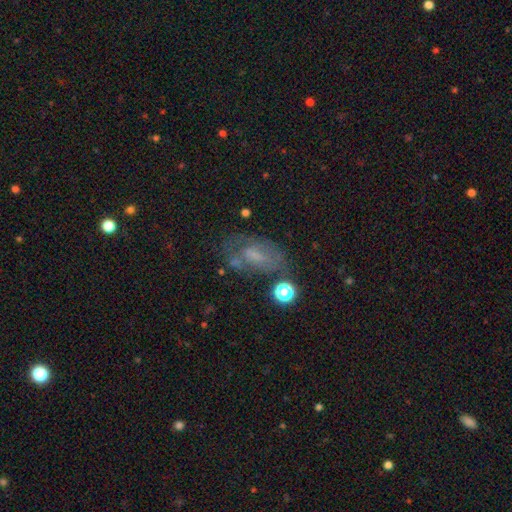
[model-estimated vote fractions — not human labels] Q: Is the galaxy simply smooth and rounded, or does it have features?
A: smooth — 41%, tied with featured or disk.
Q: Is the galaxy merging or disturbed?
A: none — 49%.